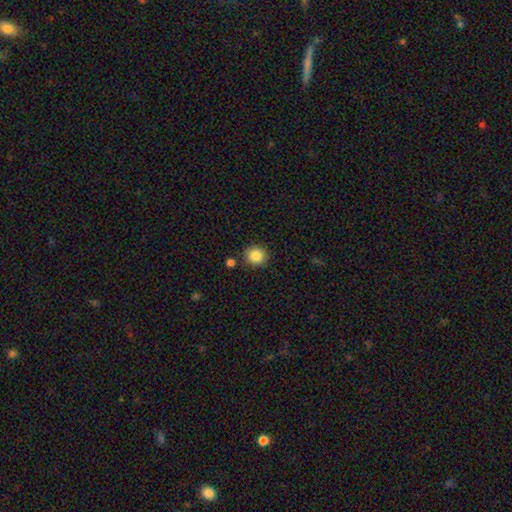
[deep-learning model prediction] smooth-or-featured: smooth: 86% | star or artifact: 10% | featured or disk: 4%
  how-rounded: round: 90% | in between: 9% | cigar-shaped: 1%
  merging: none: 87% | minor disturbance: 7% | merger: 3% | major disturbance: 2%